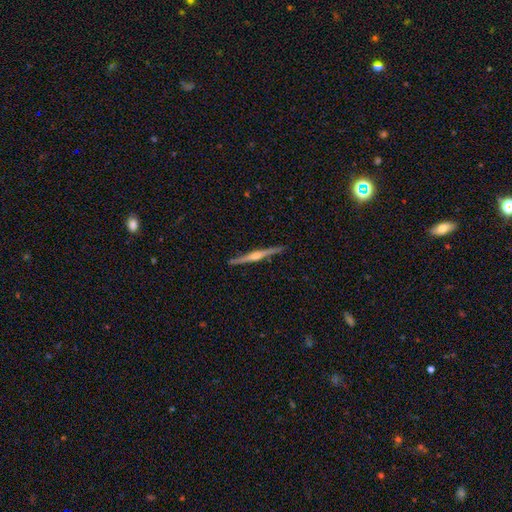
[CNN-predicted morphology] Smooth or featured? featured or disk (83%)
Edge-on disk? yes (99%)
Edge-on bulge? rounded (87%)
Merging? none (92%)